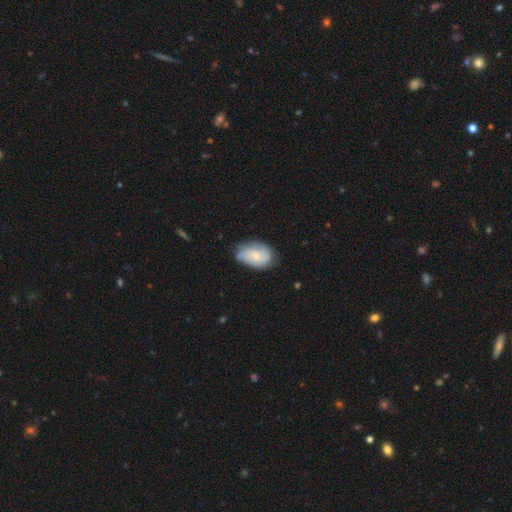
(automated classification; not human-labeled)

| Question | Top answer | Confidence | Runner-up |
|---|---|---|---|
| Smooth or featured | smooth | 55% | featured or disk (38%) |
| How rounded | in between | 88% | round (11%) |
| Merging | none | 57% | minor disturbance (32%) |